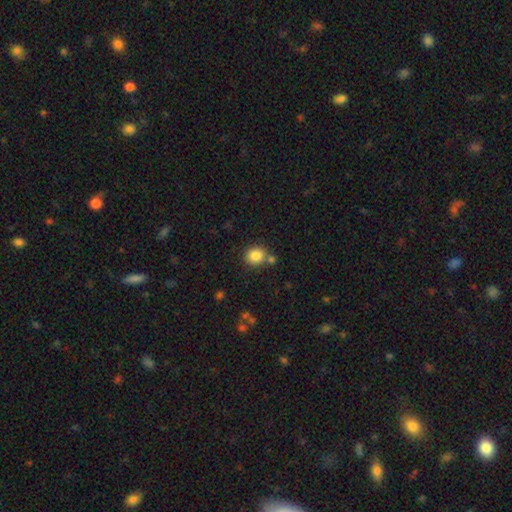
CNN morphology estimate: smooth 84%, star or artifact 10%, featured or disk 6%. Down the decision tree: how rounded — round (79%); merging — none (69%).